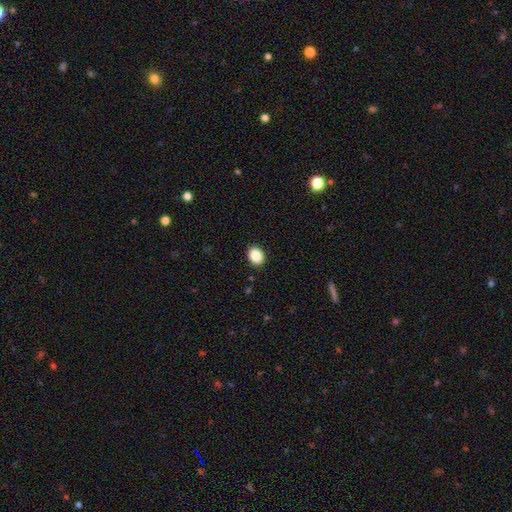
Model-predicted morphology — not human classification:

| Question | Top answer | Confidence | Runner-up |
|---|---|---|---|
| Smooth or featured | smooth | 87% | star or artifact (8%) |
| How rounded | in between | 58% | round (41%) |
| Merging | none | 91% | minor disturbance (7%) |